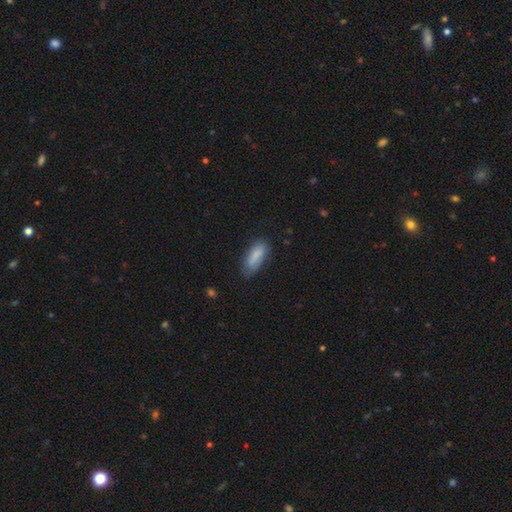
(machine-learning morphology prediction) Smooth or featured?
  - smooth: 84% *
  - featured or disk: 9%
  - star or artifact: 7%
How rounded?
  - in between: 75% *
  - cigar-shaped: 23%
  - round: 2%
Merging?
  - none: 66% *
  - minor disturbance: 26%
  - major disturbance: 6%
  - merger: 2%